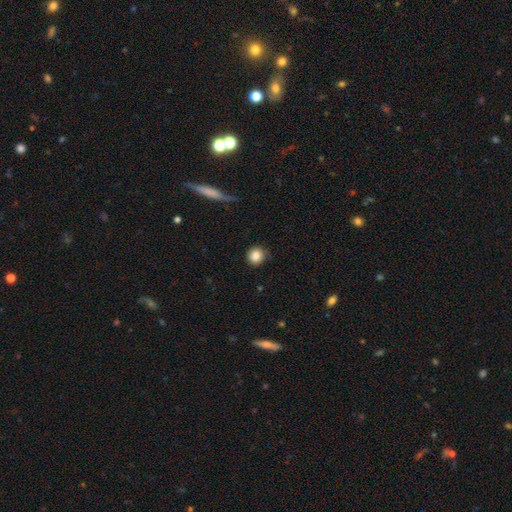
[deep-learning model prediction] Smooth or featured: smooth — 84% (star or artifact — 9%)
How rounded: round — 91% (in between — 8%)
Merging: none — 80% (minor disturbance — 15%)